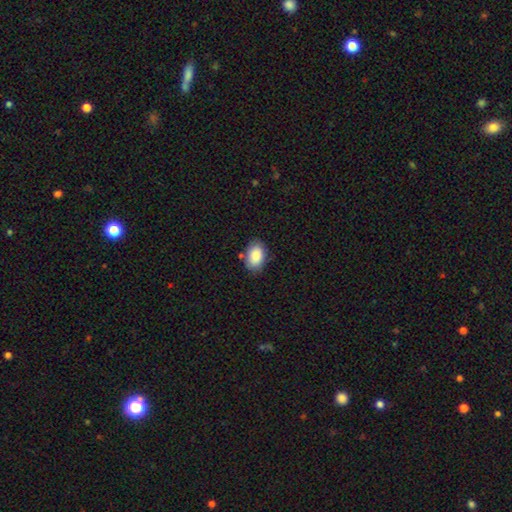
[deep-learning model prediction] Smooth or featured?
  - smooth: 86% *
  - star or artifact: 7%
  - featured or disk: 7%
How rounded?
  - in between: 89% *
  - round: 10%
  - cigar-shaped: 1%
Merging?
  - none: 77% *
  - minor disturbance: 16%
  - major disturbance: 3%
  - merger: 3%